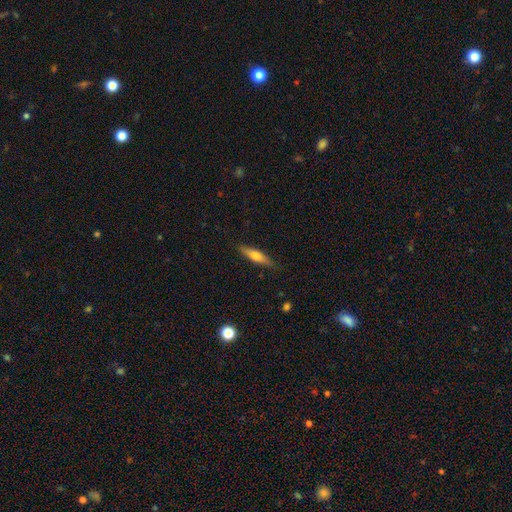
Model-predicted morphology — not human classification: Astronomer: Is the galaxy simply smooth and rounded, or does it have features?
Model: smooth — 56% (runner-up: featured or disk, 38%).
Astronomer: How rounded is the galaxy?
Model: cigar-shaped — 75%.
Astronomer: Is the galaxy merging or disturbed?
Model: none — 85%.